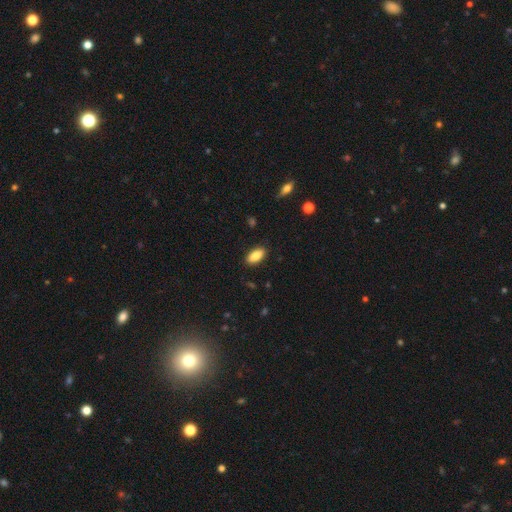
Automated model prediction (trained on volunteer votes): This is clearly a smooth galaxy (87%). How rounded: clearly in between (90%). Merging: clearly none (89%).